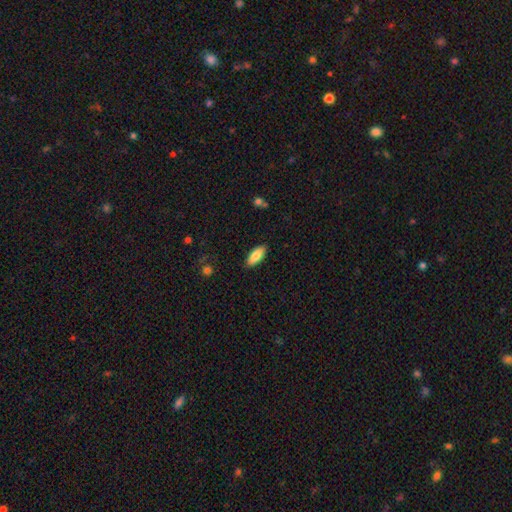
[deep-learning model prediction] This is clearly a smooth galaxy (83%). How rounded: likely in between (80%). Merging: clearly none (88%).